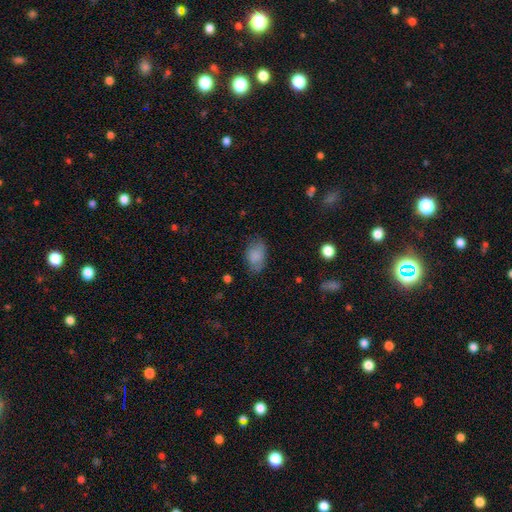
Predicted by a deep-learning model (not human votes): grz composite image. It shows a smooth galaxy with no disk features (81%) that is in between round and cigar-shaped (88%). Merging: none (66%).